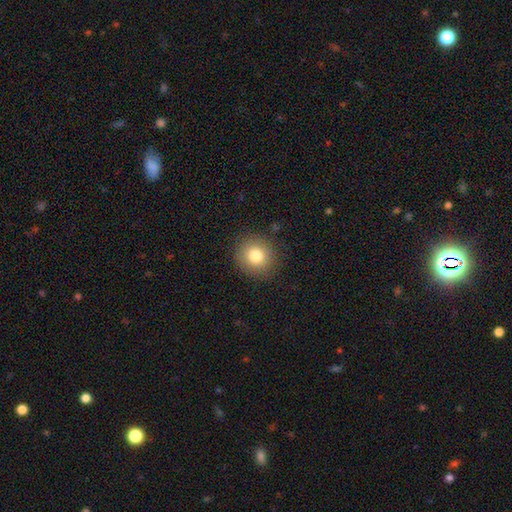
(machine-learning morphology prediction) Smooth or featured? Predicted: smooth (p=0.80). How rounded? Predicted: round (p=0.91). Merging? Predicted: none (p=0.89).